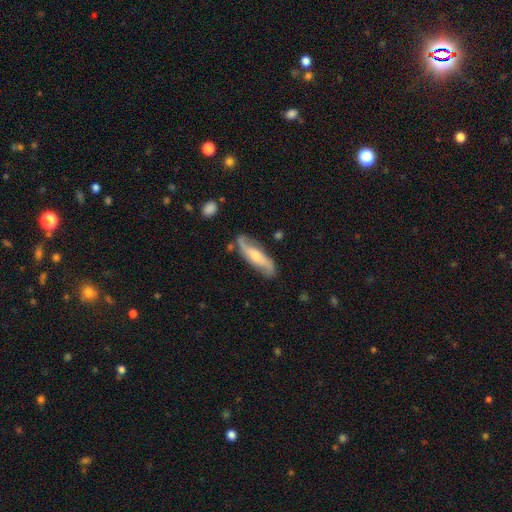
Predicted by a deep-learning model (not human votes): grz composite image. It shows a featured or disk galaxy (69%) with no bar (50%), 2 (88%) loose (56%) spiral arms (93%) and a moderate central bulge (49%). Merging: none (75%).